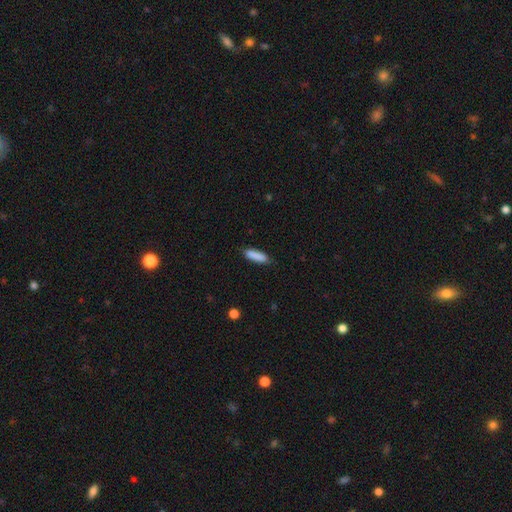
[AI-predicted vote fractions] Morphology: type=smooth (88%); roundness=cigar-shaped (65%); merging=none (84%).